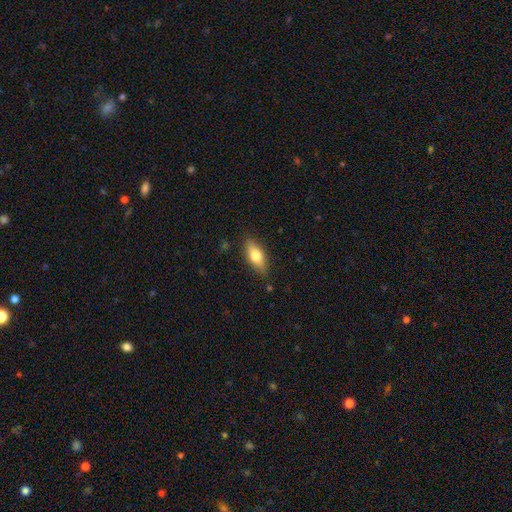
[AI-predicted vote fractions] smooth_or_featured: smooth (p=0.62) [alt: featured or disk p=0.31]
how_rounded: in between (p=0.74) [alt: cigar-shaped p=0.22]
merging: none (p=0.83) [alt: minor disturbance p=0.13]